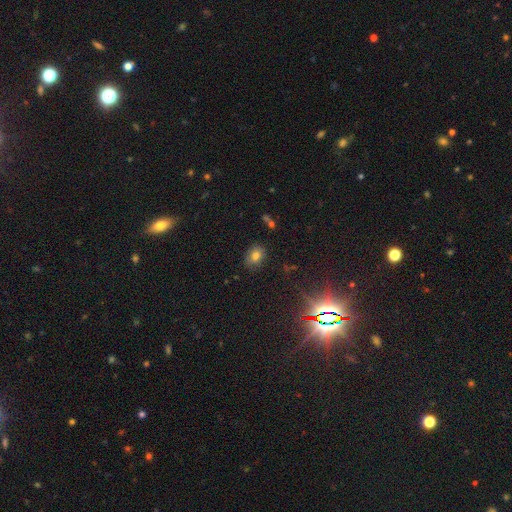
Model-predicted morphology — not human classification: Smooth or featured?
  - smooth: 74% *
  - star or artifact: 16%
  - featured or disk: 10%
How rounded?
  - in between: 62% *
  - round: 37%
  - cigar-shaped: 1%
Merging?
  - none: 80% *
  - minor disturbance: 15%
  - major disturbance: 3%
  - merger: 2%